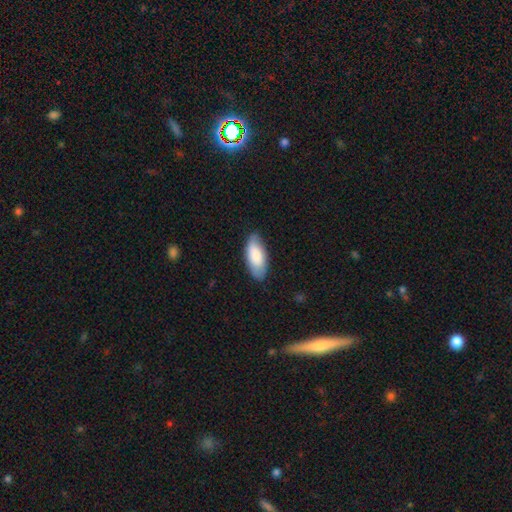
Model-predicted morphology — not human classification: Smooth or featured? Predicted: smooth (p=0.81). How rounded? Predicted: in between (p=0.89). Merging? Predicted: none (p=0.77).